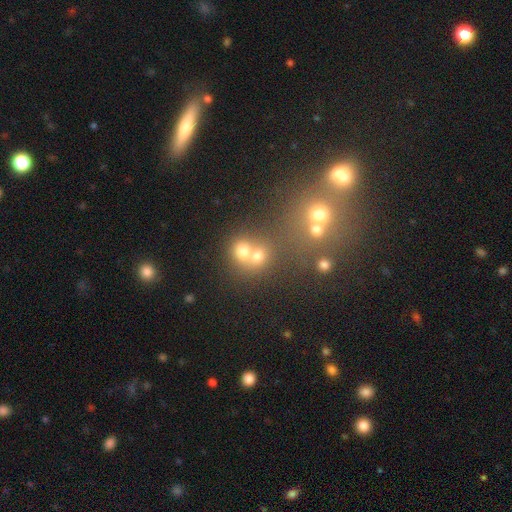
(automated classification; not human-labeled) Overall: smooth (65%). How rounded: round (77%). Merging: merger (47%; none 42%).